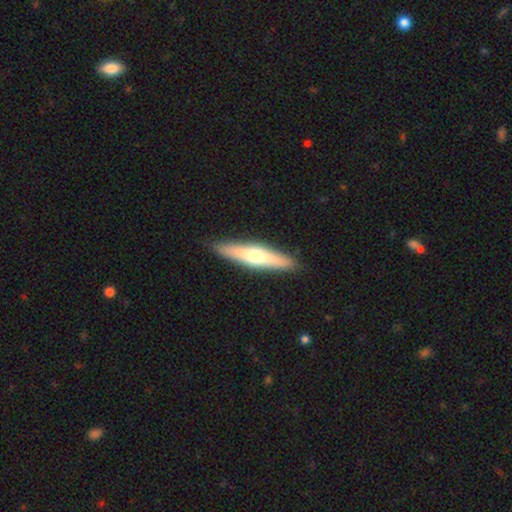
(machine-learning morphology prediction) Smooth or featured? smooth (48%)
Merging? none (90%)